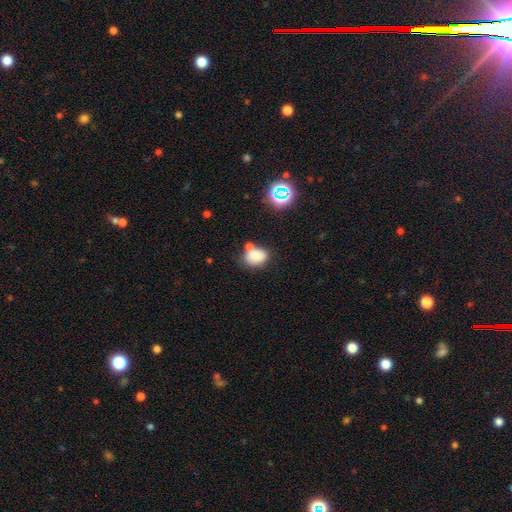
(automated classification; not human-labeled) Overall: smooth (79%). How rounded: in between (65%; round 34%). Merging: none (54%; merger 22%).